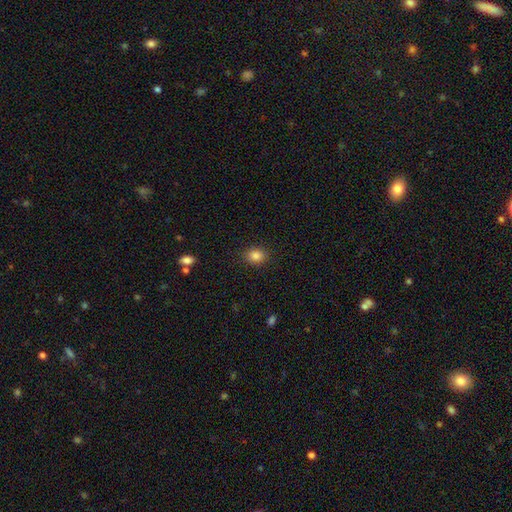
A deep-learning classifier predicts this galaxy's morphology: Smooth or featured? Predicted: smooth (p=0.85). How rounded? Predicted: round (p=0.59). Merging? Predicted: none (p=0.88).